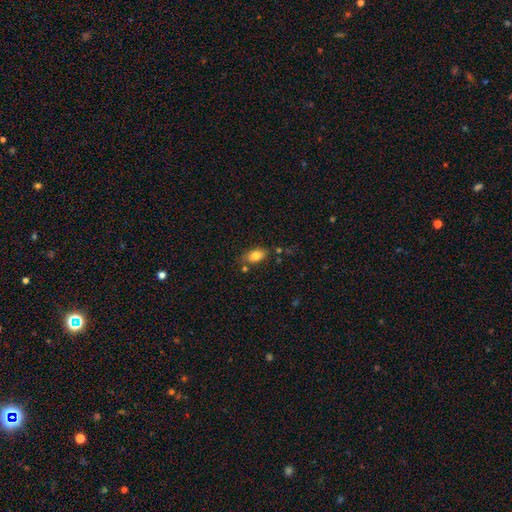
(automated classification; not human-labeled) Q: Smooth or featured?
A: smooth (81%); runner-up: featured or disk (10%)
Q: How rounded?
A: in between (89%); runner-up: round (7%)
Q: Merging?
A: none (71%); runner-up: minor disturbance (16%)